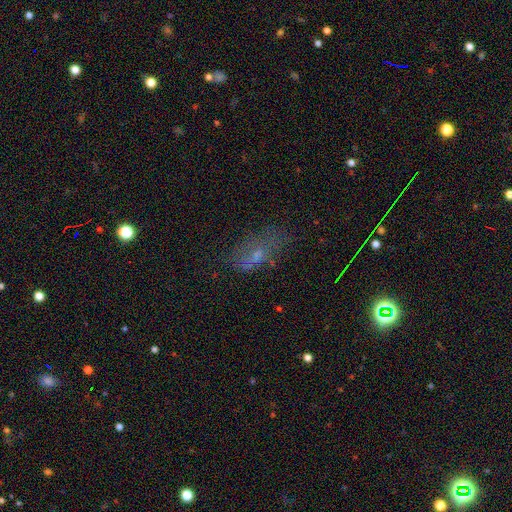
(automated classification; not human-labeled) Overall: smooth (47%; featured or disk 31%). Merging: none (52%; minor disturbance 23%).